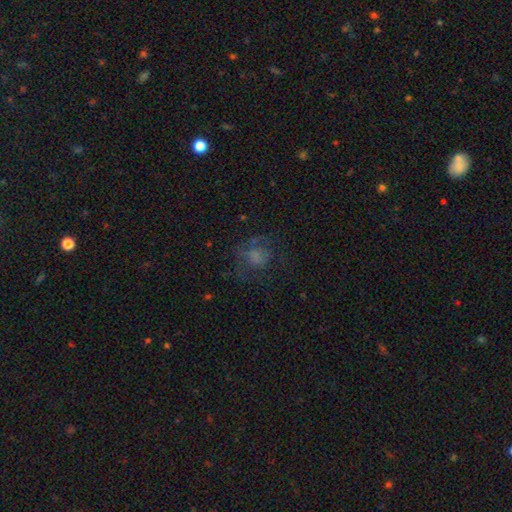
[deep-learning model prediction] Smooth or featured? Predicted: smooth (p=0.54). How rounded? Predicted: round (p=0.71). Merging? Predicted: none (p=0.53).